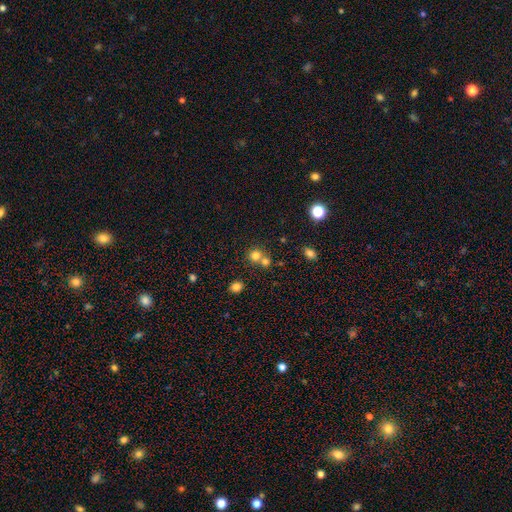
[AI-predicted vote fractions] Smooth or featured? smooth (76%)
How rounded? round (86%)
Merging? none (51%)